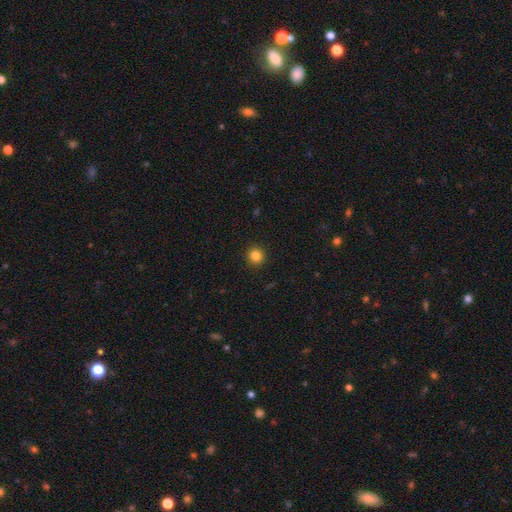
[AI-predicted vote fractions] Overall: smooth (84%). How rounded: round (93%). Merging: none (93%).